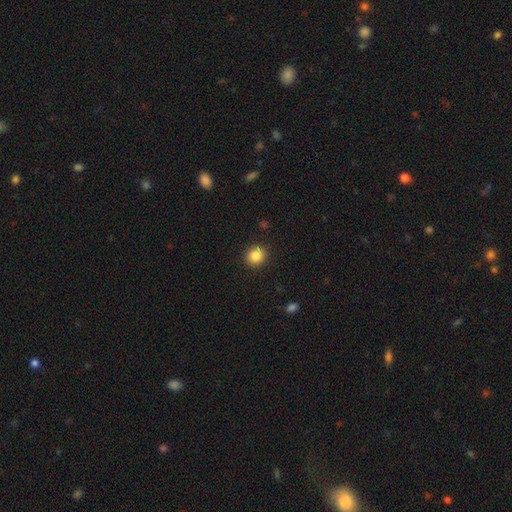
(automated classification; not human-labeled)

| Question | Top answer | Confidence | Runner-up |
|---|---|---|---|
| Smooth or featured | smooth | 86% | star or artifact (10%) |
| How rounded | round | 83% | in between (16%) |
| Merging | none | 91% | minor disturbance (6%) |